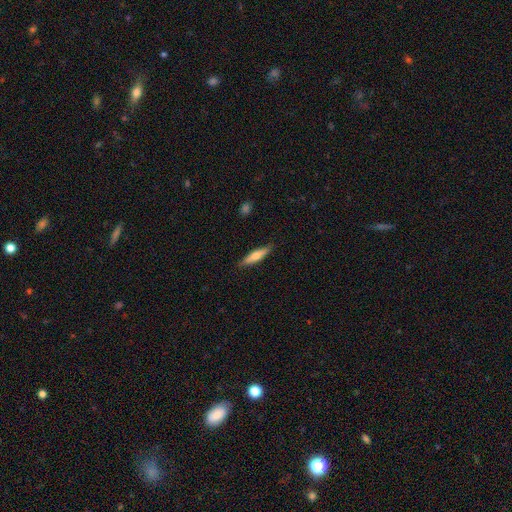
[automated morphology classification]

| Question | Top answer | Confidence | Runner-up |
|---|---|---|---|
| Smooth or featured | smooth | 57% | featured or disk (37%) |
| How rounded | cigar-shaped | 79% | in between (19%) |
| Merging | none | 88% | minor disturbance (9%) |